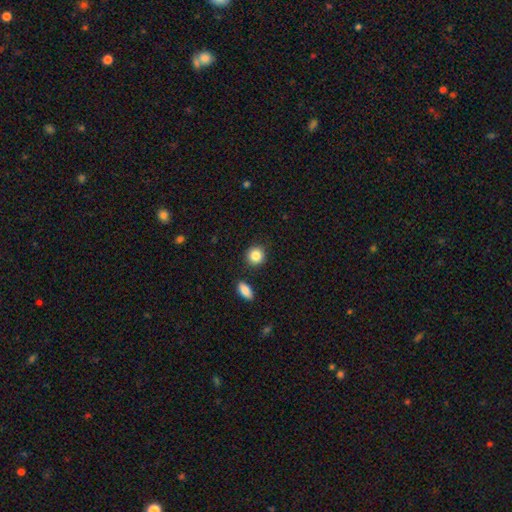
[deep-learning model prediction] Smooth or featured? Predicted: smooth (p=0.87). How rounded? Predicted: round (p=0.87). Merging? Predicted: none (p=0.86).